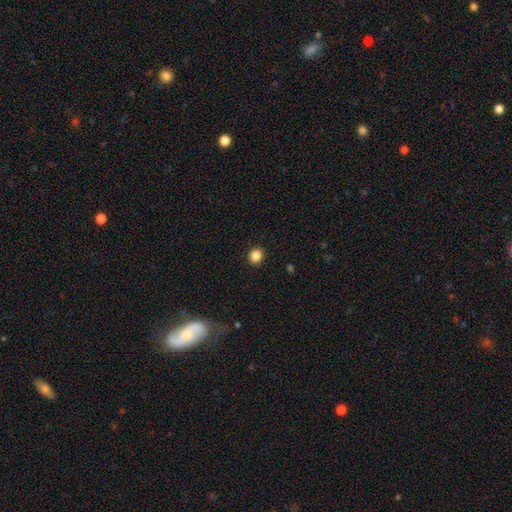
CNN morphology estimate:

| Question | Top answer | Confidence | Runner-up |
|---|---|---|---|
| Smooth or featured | smooth | 86% | star or artifact (11%) |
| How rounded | round | 83% | in between (16%) |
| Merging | none | 92% | minor disturbance (5%) |